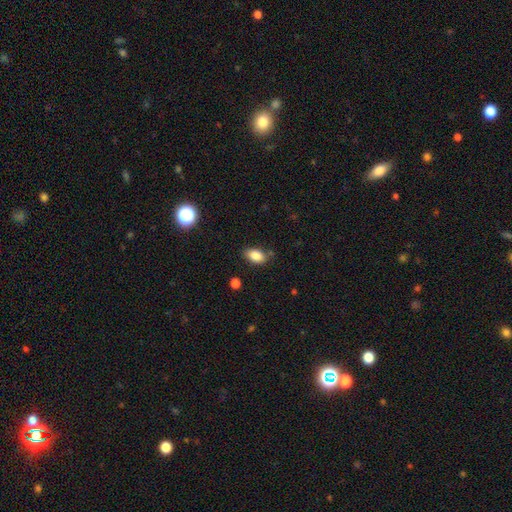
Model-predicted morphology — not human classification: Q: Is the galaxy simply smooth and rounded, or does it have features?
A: smooth — 86%.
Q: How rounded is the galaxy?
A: in between — 89%.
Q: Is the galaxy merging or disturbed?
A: none — 79%.